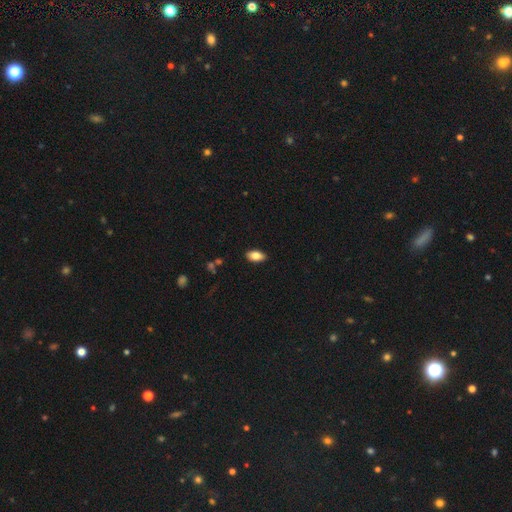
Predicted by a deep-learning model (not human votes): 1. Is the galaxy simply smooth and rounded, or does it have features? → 82% smooth, 11% featured or disk, 7% star or artifact.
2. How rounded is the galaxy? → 93% in between, 4% round, 4% cigar-shaped.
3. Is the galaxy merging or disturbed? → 88% none, 9% minor disturbance, 2% major disturbance, 1% merger.